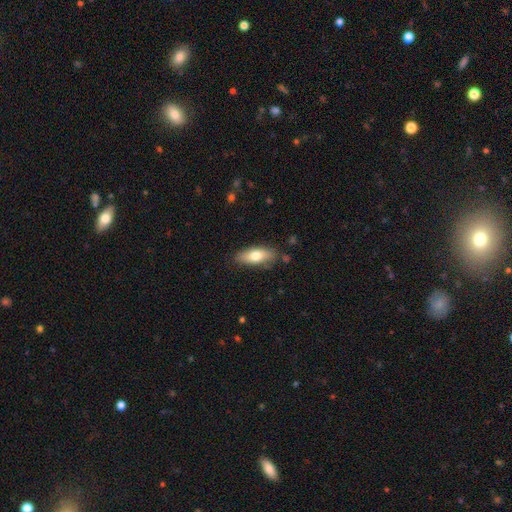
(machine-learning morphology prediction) A smooth galaxy with no disk features (72%) that is in between round and cigar-shaped (74%). Merging: none (81%).